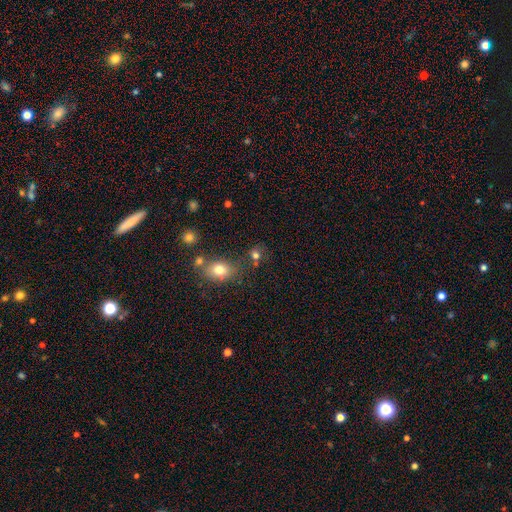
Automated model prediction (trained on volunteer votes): Smooth or featured: smooth — 74% (star or artifact — 17%)
How rounded: round — 65% (in between — 34%)
Merging: none — 62% (merger — 17%)